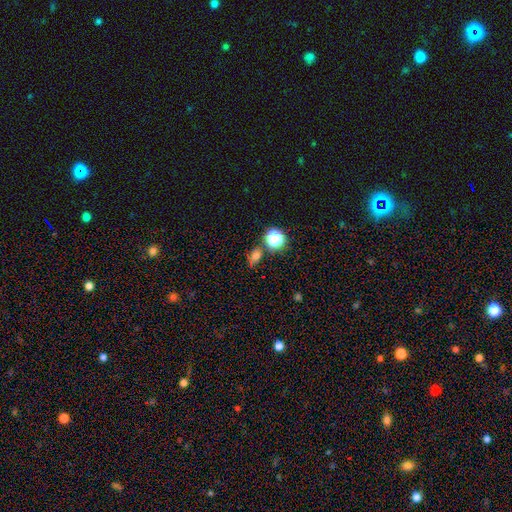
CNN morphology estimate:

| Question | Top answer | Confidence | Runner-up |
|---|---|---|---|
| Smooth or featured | smooth | 60% | star or artifact (31%) |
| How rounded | round | 58% | in between (40%) |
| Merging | none | 69% | minor disturbance (14%) |